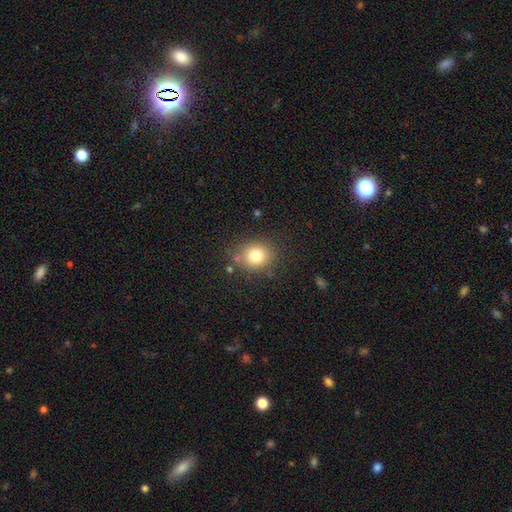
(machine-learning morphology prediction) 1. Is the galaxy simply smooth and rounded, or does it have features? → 79% smooth, 12% star or artifact, 9% featured or disk.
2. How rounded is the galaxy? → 75% round, 24% in between, 1% cigar-shaped.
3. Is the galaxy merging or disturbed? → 80% none, 12% minor disturbance, 4% major disturbance, 4% merger.